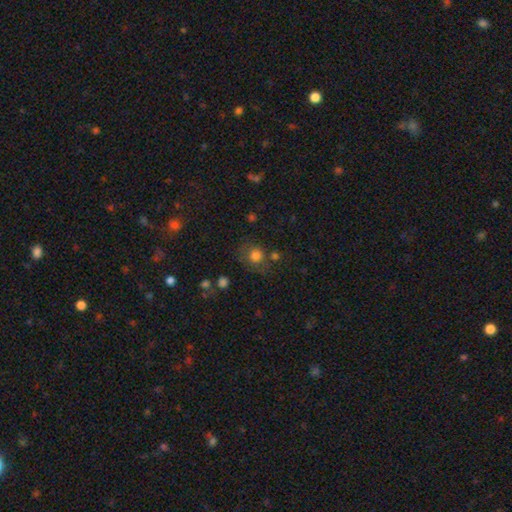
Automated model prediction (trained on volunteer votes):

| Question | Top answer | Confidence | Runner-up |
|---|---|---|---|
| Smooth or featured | smooth | 78% | star or artifact (13%) |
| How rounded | round | 81% | in between (18%) |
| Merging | none | 61% | minor disturbance (18%) |